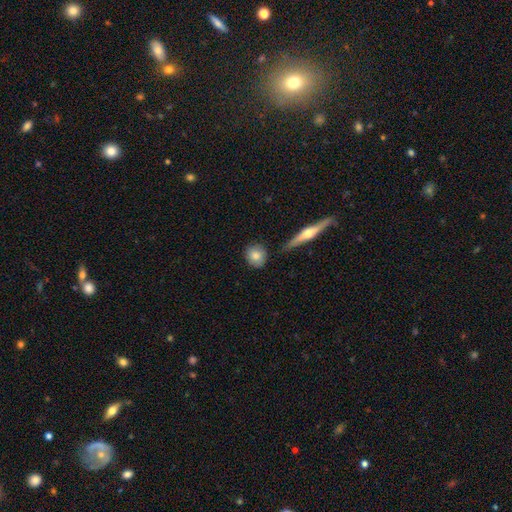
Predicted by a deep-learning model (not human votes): Smooth or featured? Predicted: smooth (p=0.80). How rounded? Predicted: round (p=0.77). Merging? Predicted: none (p=0.79).